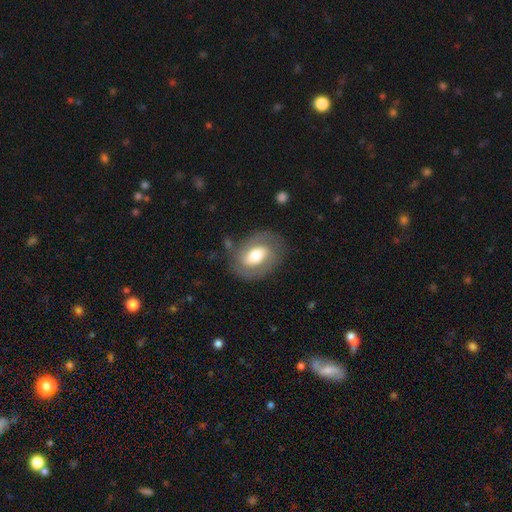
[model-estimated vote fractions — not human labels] Overall: featured or disk (62%; smooth 32%). Edge-on disk: no (95%). Bar: weak (38%; no 32%). Spiral arms: yes (69%; no 31%). Bulge size: moderate (57%; large 30%). Merging: none (75%).